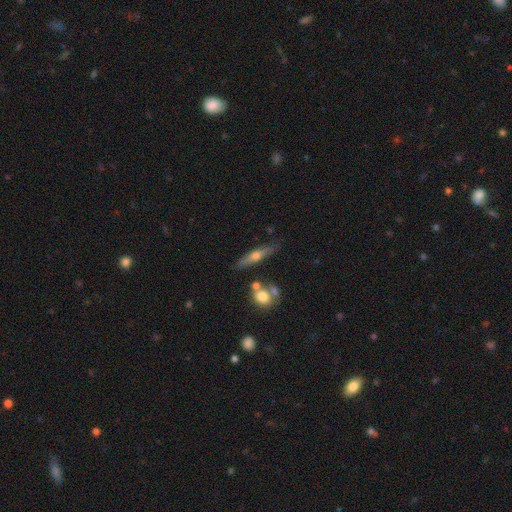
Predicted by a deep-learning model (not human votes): smooth-or-featured: featured or disk: 57% | smooth: 36% | star or artifact: 7%
  disk-edge-on: yes: 91% | no: 9%
    edge-on-bulge: rounded: 90% | none: 6% | boxy: 4%
  merging: none: 77% | minor disturbance: 12% | merger: 7% | major disturbance: 3%